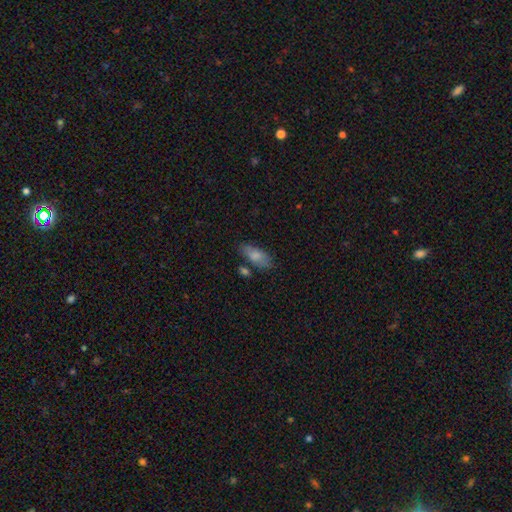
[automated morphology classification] Smooth or featured? smooth (82%)
How rounded? in between (85%)
Merging? none (67%)